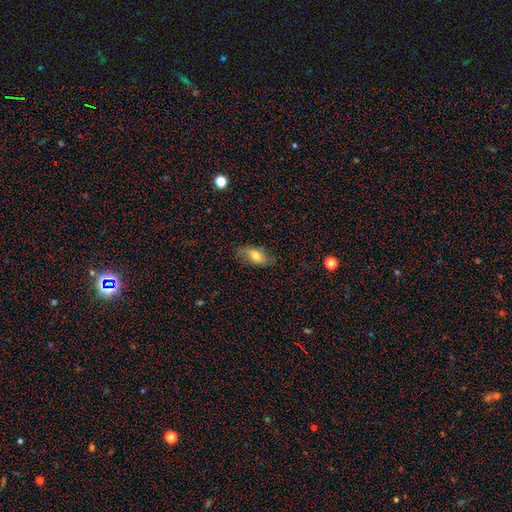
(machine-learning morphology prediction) Smooth or featured?
  - smooth: 68% *
  - featured or disk: 24%
  - star or artifact: 8%
How rounded?
  - in between: 86% *
  - cigar-shaped: 9%
  - round: 4%
Merging?
  - none: 76% *
  - minor disturbance: 19%
  - major disturbance: 4%
  - merger: 1%